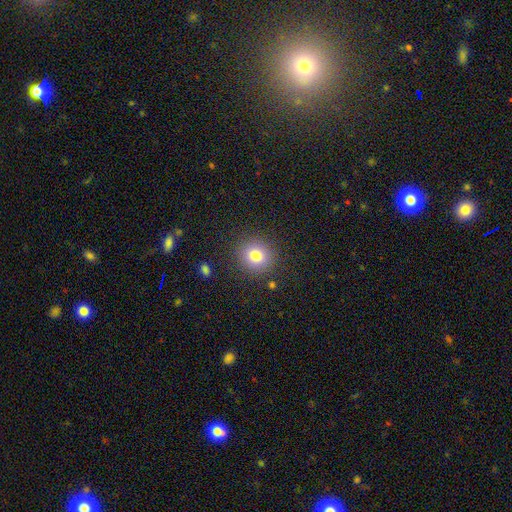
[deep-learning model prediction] Overall: smooth (79%). How rounded: round (88%). Merging: none (88%).